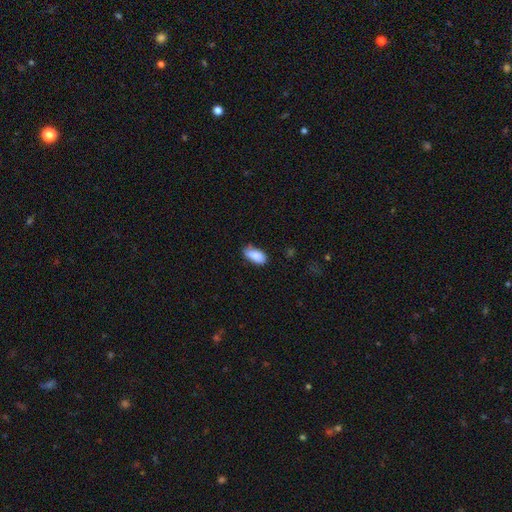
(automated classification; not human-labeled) This appears to be a smooth galaxy with no disk features (87%) that is in between round and cigar-shaped (90%). Merging: none (70%).